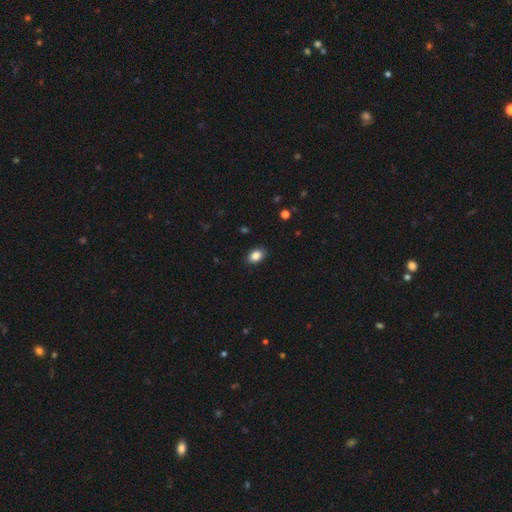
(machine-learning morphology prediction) Overall: smooth (87%). How rounded: in between (81%). Merging: none (88%).